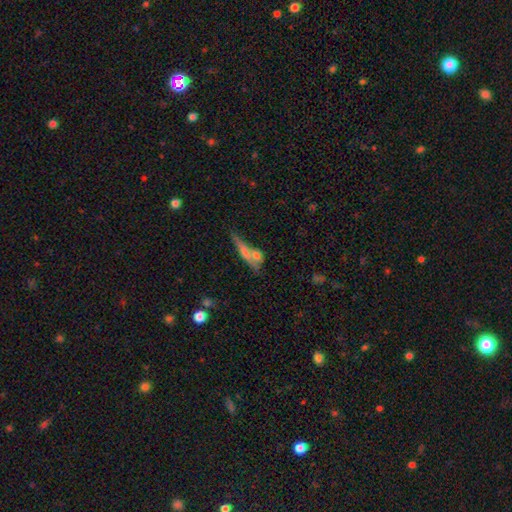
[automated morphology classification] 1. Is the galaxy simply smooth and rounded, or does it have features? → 56% smooth, 34% featured or disk, 9% star or artifact.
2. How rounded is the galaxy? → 54% cigar-shaped, 31% in between, 15% round.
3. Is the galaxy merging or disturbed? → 41% none, 39% merger, 13% minor disturbance, 7% major disturbance.